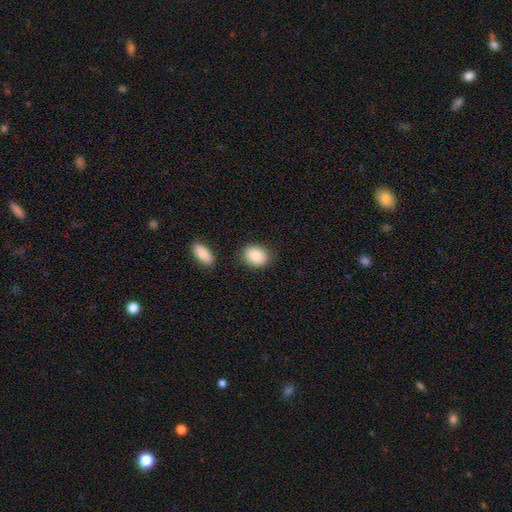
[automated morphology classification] Smooth or featured? Predicted: smooth (p=0.88). How rounded? Predicted: in between (p=0.63). Merging? Predicted: none (p=0.82).